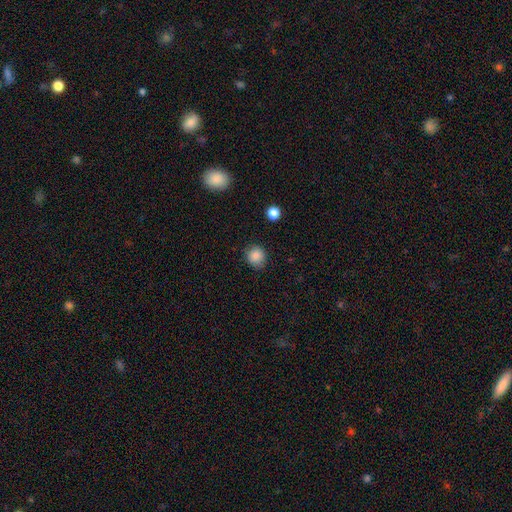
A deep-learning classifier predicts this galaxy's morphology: A smooth galaxy with no disk features (86%) that is round (84%).

Vote fractions:
- Smooth or featured? smooth: 86% / star or artifact: 10% / featured or disk: 4%
- How rounded? round: 84% / in between: 15% / cigar-shaped: 1%
- Merging? none: 85% / minor disturbance: 11% / major disturbance: 3% / merger: 1%